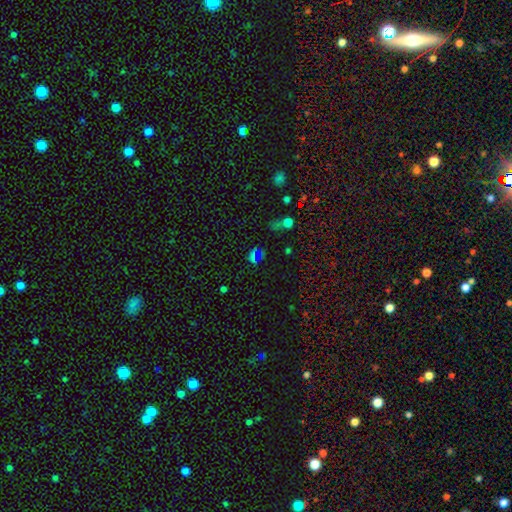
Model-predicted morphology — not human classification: smooth_or_featured: star or artifact (p=0.50) [alt: smooth p=0.38]